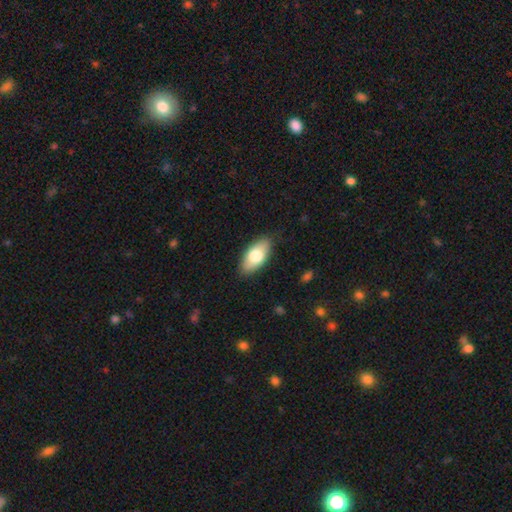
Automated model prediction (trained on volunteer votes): A smooth galaxy with no disk features (74%) that is in between round and cigar-shaped (89%).

Vote fractions:
- Smooth or featured? smooth: 74% / featured or disk: 20% / star or artifact: 6%
- How rounded? in between: 89% / cigar-shaped: 8% / round: 3%
- Merging? none: 85% / minor disturbance: 12% / major disturbance: 2% / merger: 1%